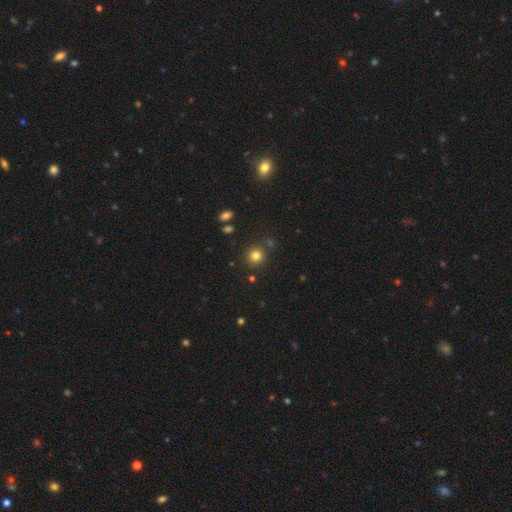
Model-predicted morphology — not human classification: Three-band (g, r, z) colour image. It shows a smooth galaxy with no disk features (80%) that is round (88%). Merging: none (84%).